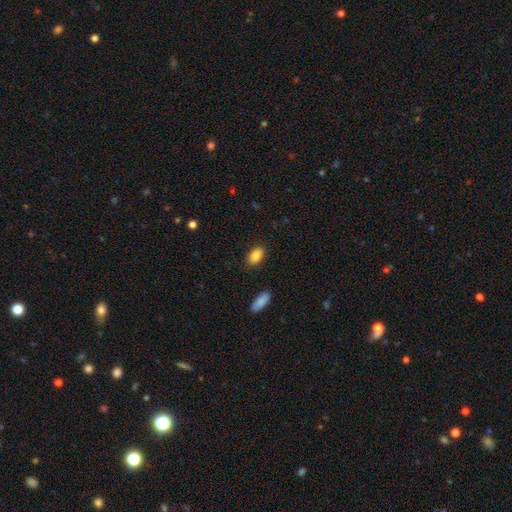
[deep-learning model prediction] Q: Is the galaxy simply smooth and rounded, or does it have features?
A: smooth — 87%.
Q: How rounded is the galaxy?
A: in between — 90%.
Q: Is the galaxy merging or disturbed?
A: none — 87%.